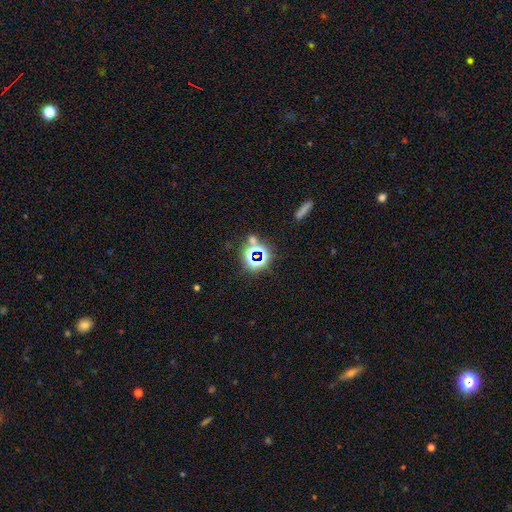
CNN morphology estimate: This is likely a star or artifact rather than a galaxy (69%).